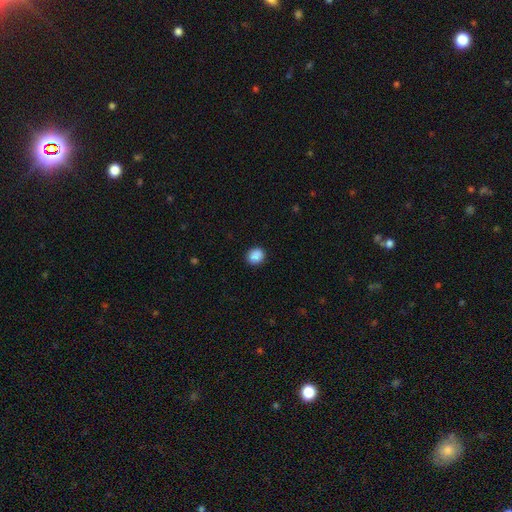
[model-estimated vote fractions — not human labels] Smooth or featured? Predicted: smooth (p=0.89). How rounded? Predicted: round (p=0.72). Merging? Predicted: none (p=0.88).